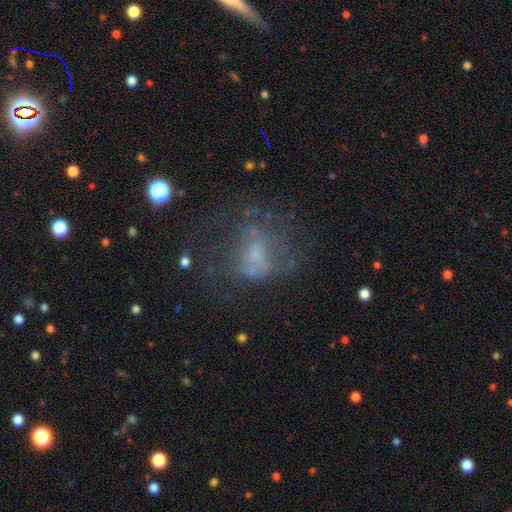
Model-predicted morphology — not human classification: This is possibly a featured or disk galaxy (47%). Merging: marginally none (42%).